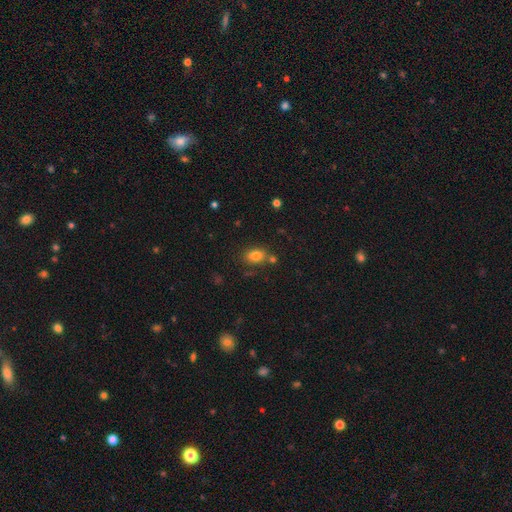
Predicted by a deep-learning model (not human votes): Overall: smooth (81%). How rounded: in between (77%). Merging: none (69%).